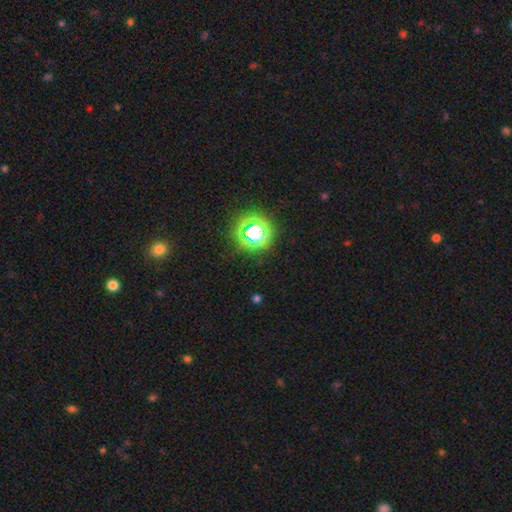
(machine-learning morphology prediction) type=star or artifact (71%).